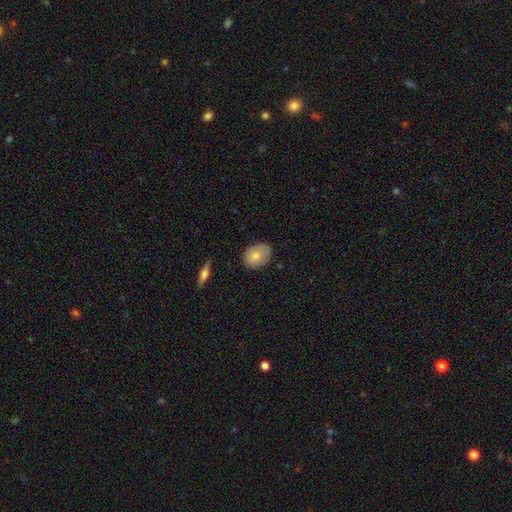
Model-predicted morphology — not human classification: type=smooth (79%); roundness=in between (70%); merging=none (72%).